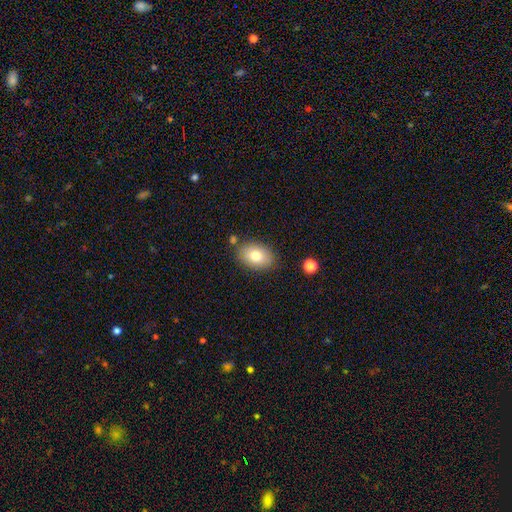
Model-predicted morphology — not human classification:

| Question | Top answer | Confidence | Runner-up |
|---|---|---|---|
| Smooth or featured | smooth | 79% | featured or disk (13%) |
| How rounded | in between | 83% | round (16%) |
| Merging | none | 81% | minor disturbance (12%) |